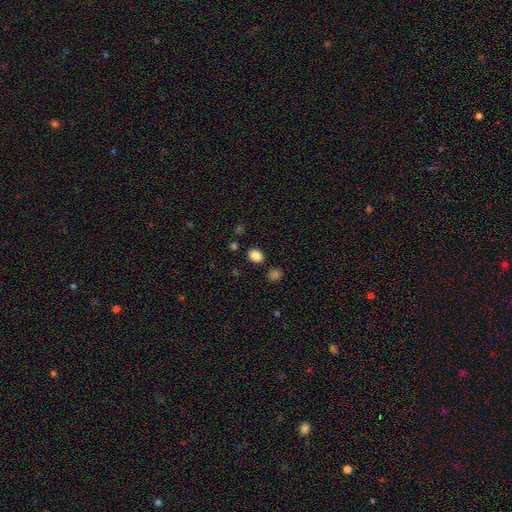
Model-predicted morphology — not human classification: smooth-or-featured: smooth: 86% | star or artifact: 10% | featured or disk: 4%
  how-rounded: in between: 60% | round: 39% | cigar-shaped: 1%
  merging: none: 85% | minor disturbance: 8% | merger: 4% | major disturbance: 3%